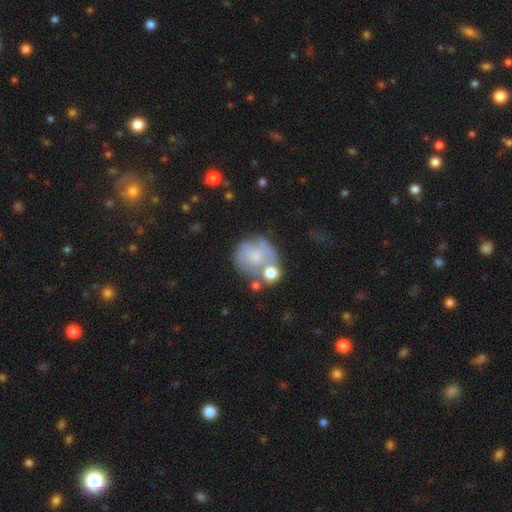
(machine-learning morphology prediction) Q: Smooth or featured?
A: smooth (48%); runner-up: featured or disk (42%)
Q: Merging?
A: none (41%); runner-up: minor disturbance (22%)